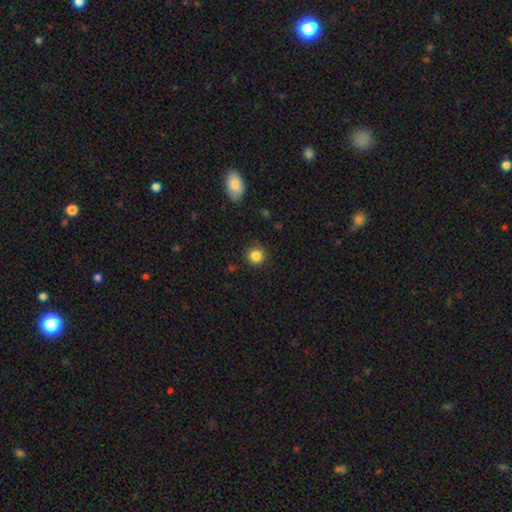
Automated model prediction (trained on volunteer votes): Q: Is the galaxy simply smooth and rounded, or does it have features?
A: smooth — 85%.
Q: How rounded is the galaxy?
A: round — 93%.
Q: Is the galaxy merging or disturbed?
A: none — 88%.